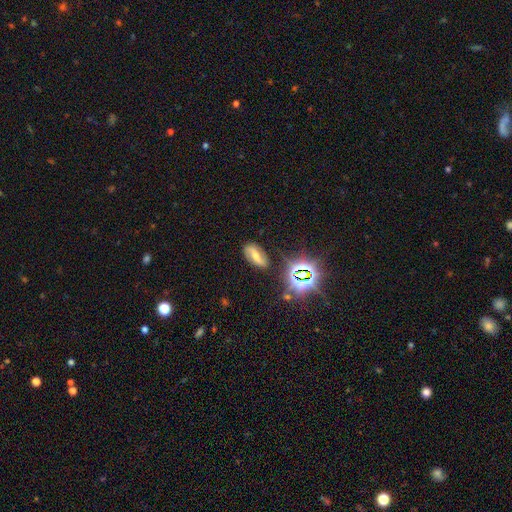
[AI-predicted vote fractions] smooth-or-featured: featured or disk: 43% | star or artifact: 33% | smooth: 24%
  merging: none: 79% | minor disturbance: 13% | major disturbance: 5% | merger: 2%